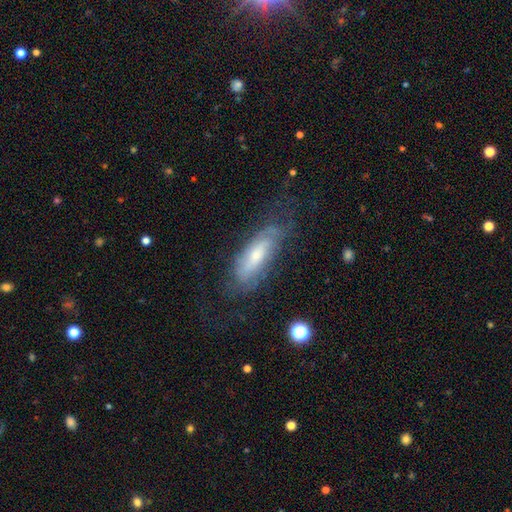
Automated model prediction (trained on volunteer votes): smooth_or_featured: featured or disk (p=0.62) [alt: smooth p=0.31]
disk_edge_on: no (p=0.78) [alt: yes p=0.22]
merging: none (p=0.60) [alt: minor disturbance p=0.23]